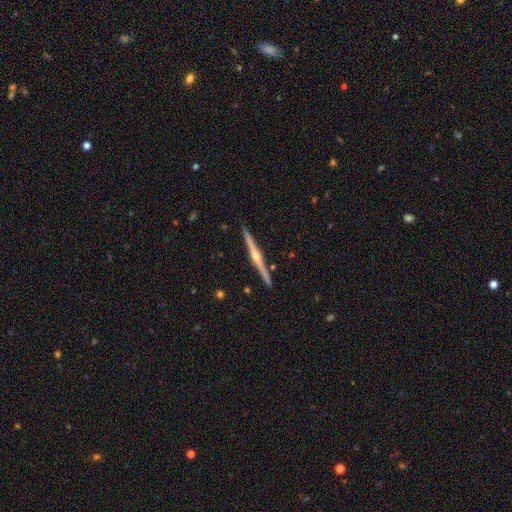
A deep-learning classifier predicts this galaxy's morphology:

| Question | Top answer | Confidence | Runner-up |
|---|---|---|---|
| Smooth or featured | featured or disk | 82% | smooth (13%) |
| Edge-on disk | yes | 99% | no (1%) |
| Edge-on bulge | rounded | 87% | none (8%) |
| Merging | none | 92% | minor disturbance (6%) |